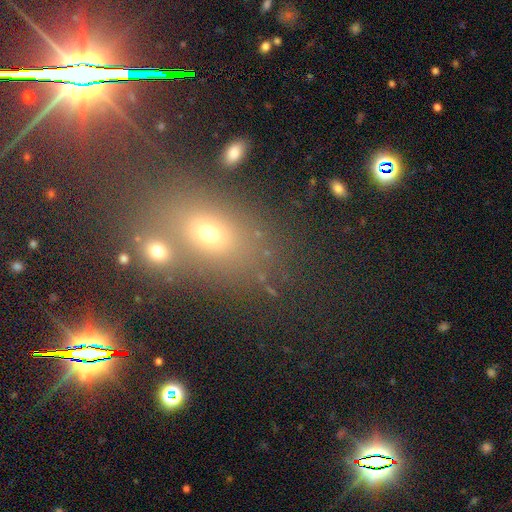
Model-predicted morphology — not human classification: A smooth galaxy with no disk features (43%).

Vote fractions:
- Smooth or featured? smooth: 43% / star or artifact: 42% / featured or disk: 15%
- Merging? none: 69% / merger: 13% / minor disturbance: 11% / major disturbance: 7%